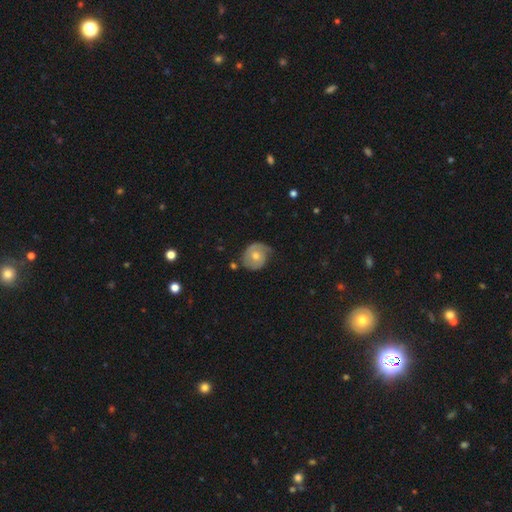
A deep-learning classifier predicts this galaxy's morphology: This appears to be a featured or disk galaxy (49%). Merging: none (52%).